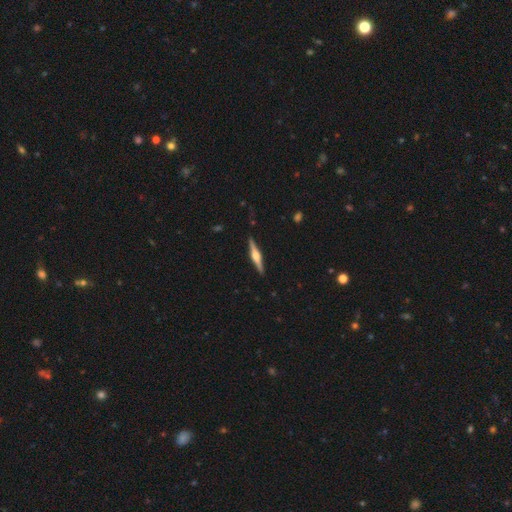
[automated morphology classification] A featured or disk galaxy (79%) viewed edge-on (98%) with a rounded central bulge (92%). Merging: none (91%).